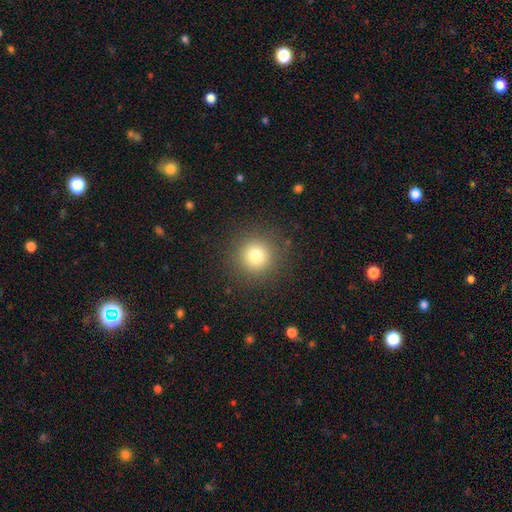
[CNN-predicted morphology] Smooth or featured? Predicted: smooth (p=0.78). How rounded? Predicted: round (p=0.95). Merging? Predicted: none (p=0.89).